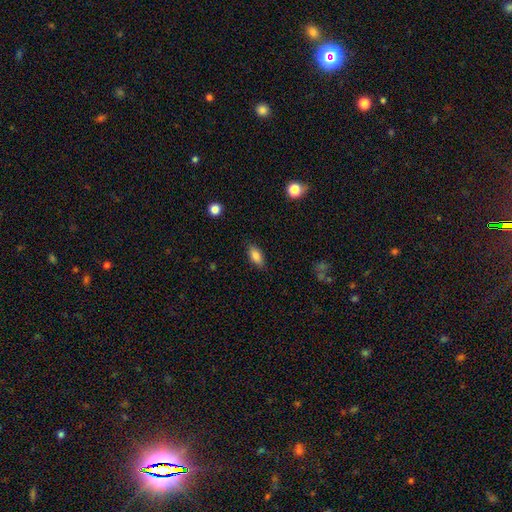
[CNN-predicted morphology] Q: Smooth or featured?
A: smooth (85%); runner-up: star or artifact (8%)
Q: How rounded?
A: in between (88%); runner-up: cigar-shaped (9%)
Q: Merging?
A: none (85%); runner-up: minor disturbance (11%)